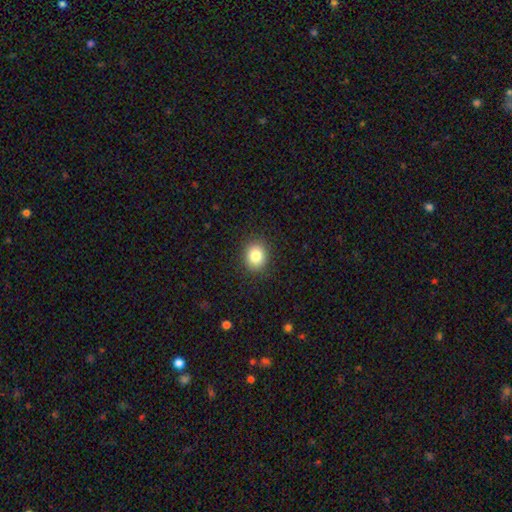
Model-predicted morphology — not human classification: Smooth or featured?
  - smooth: 84% *
  - star or artifact: 10%
  - featured or disk: 7%
How rounded?
  - round: 65% *
  - in between: 34%
  - cigar-shaped: 1%
Merging?
  - none: 89% *
  - minor disturbance: 7%
  - major disturbance: 2%
  - merger: 1%